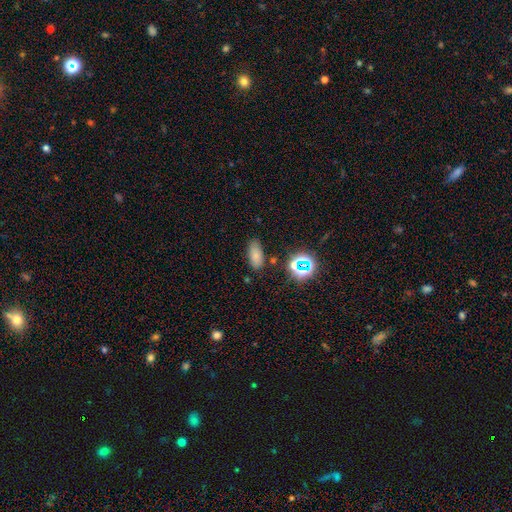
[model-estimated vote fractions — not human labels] Smooth or featured? smooth (74%)
How rounded? in between (85%)
Merging? none (80%)